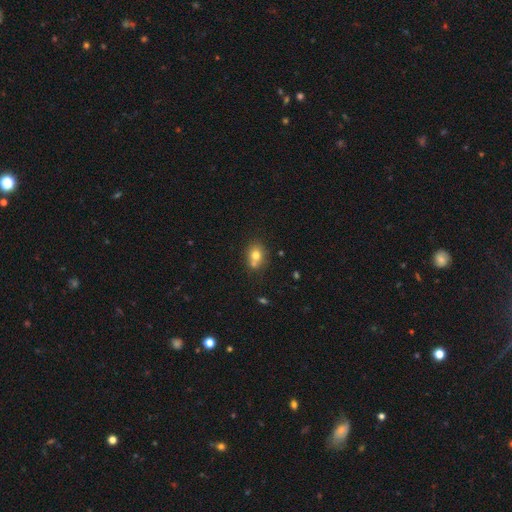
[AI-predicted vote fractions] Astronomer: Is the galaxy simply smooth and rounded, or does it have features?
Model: smooth — 73%.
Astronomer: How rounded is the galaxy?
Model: round — 55% (runner-up: in between, 44%).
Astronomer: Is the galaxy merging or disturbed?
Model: none — 54%.